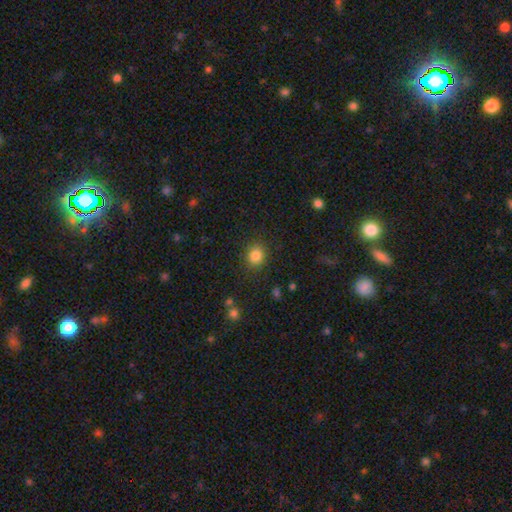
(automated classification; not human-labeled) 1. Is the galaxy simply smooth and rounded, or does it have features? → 84% smooth, 11% star or artifact, 5% featured or disk.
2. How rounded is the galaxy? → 73% round, 27% in between, 1% cigar-shaped.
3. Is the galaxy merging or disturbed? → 87% none, 9% minor disturbance, 3% major disturbance, 2% merger.